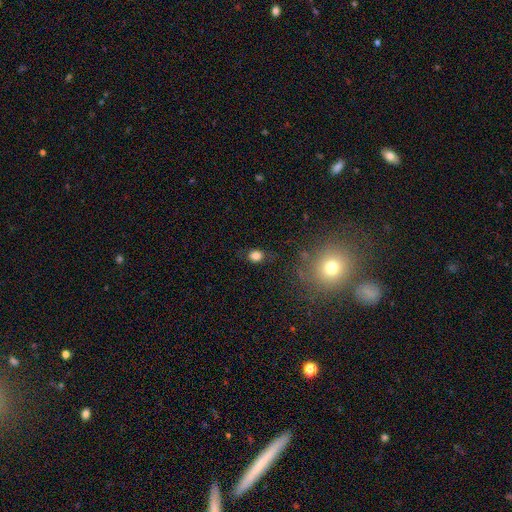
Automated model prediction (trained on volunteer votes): smooth-or-featured: smooth: 80% | star or artifact: 14% | featured or disk: 6%
  how-rounded: round: 59% | in between: 40% | cigar-shaped: 1%
  merging: none: 76% | minor disturbance: 16% | major disturbance: 6% | merger: 3%